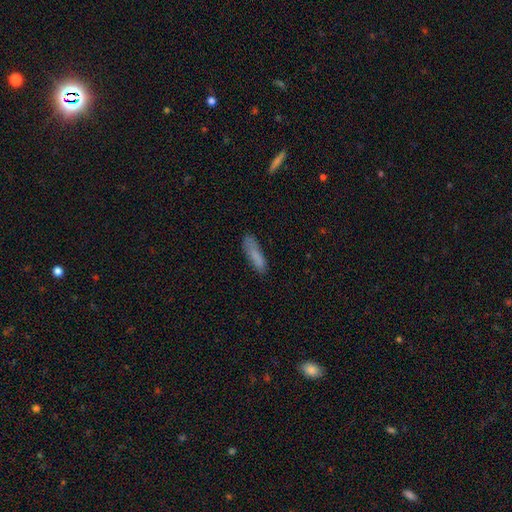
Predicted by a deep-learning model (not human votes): smooth_or_featured: smooth (p=0.82) [alt: featured or disk p=0.10]
how_rounded: cigar-shaped (p=0.70) [alt: in between p=0.28]
merging: none (p=0.69) [alt: minor disturbance p=0.22]